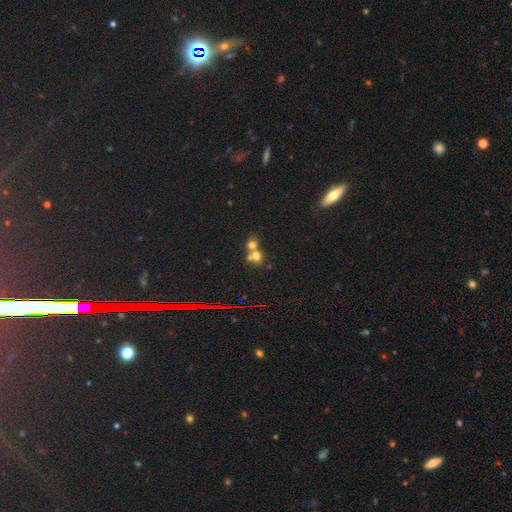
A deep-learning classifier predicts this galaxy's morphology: smooth-or-featured: smooth: 65% | star or artifact: 18% | featured or disk: 17%
  how-rounded: round: 71% | in between: 28% | cigar-shaped: 2%
  merging: merger: 64% | none: 28% | minor disturbance: 5% | major disturbance: 3%